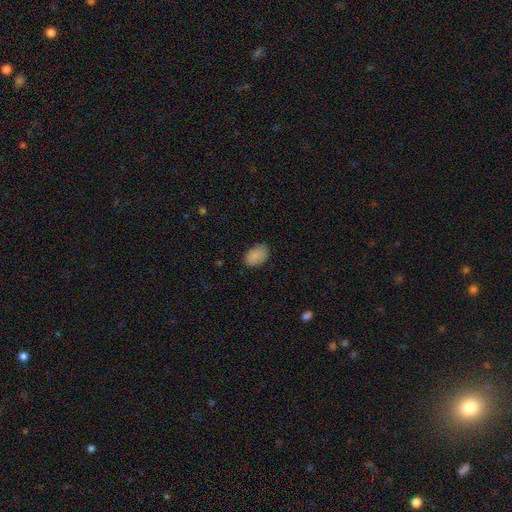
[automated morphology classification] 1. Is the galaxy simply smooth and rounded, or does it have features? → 88% smooth, 8% star or artifact, 4% featured or disk.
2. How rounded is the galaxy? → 90% in between, 9% round, 1% cigar-shaped.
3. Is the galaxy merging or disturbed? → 83% none, 13% minor disturbance, 3% major disturbance, 1% merger.